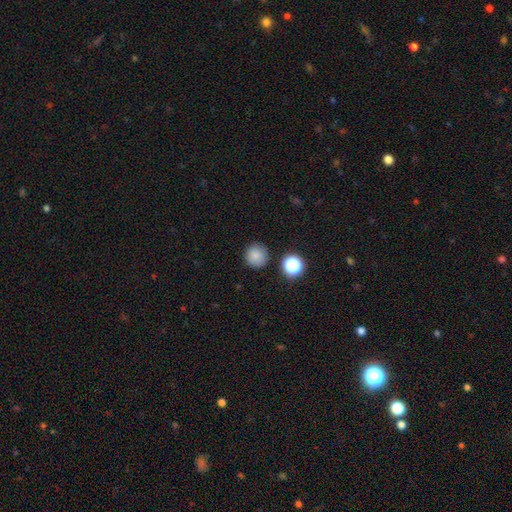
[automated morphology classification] smooth 82%, star or artifact 12%, featured or disk 5%. Down the decision tree: how rounded — round (94%); merging — none (87%).